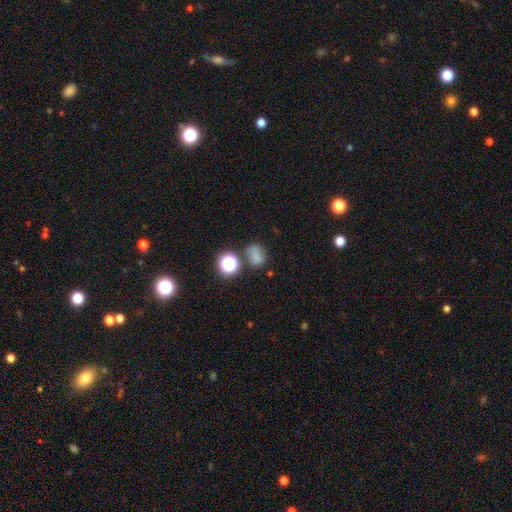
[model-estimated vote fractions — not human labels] Overall: smooth (67%). How rounded: round (51%; in between 47%). Merging: none (56%; minor disturbance 21%).